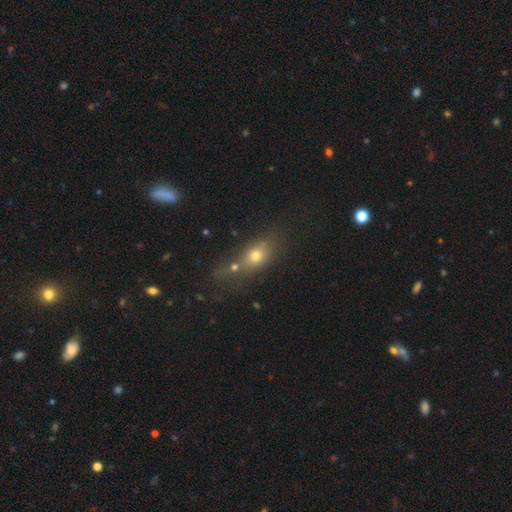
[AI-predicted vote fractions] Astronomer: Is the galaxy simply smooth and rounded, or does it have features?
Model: smooth — 62%.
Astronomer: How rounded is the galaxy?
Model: in between — 58%.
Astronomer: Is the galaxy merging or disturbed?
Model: none — 45% (runner-up: merger, 30%).